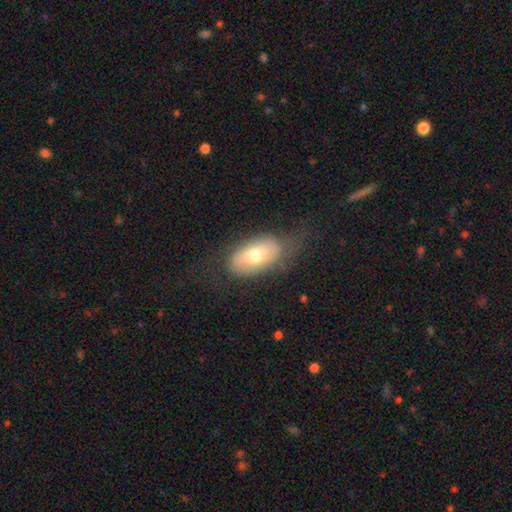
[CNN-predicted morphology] A smooth galaxy with no disk features (62%) that is in between round and cigar-shaped (92%).

Vote fractions:
- Smooth or featured? smooth: 62% / featured or disk: 31% / star or artifact: 7%
- How rounded? in between: 92% / round: 4% / cigar-shaped: 4%
- Merging? none: 58% / minor disturbance: 27% / major disturbance: 14% / merger: 1%